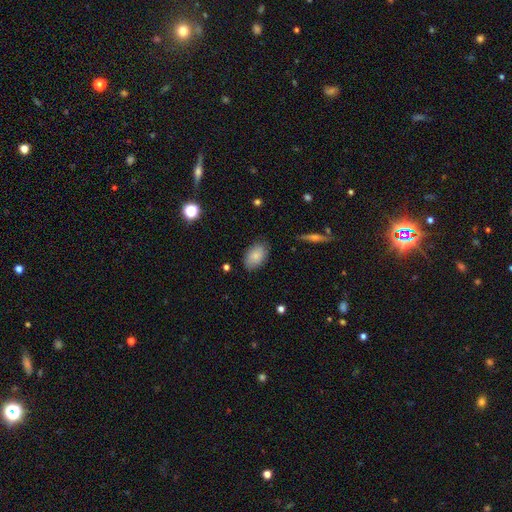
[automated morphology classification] smooth-or-featured: smooth: 82% | featured or disk: 10% | star or artifact: 7%
  how-rounded: in between: 91% | round: 8% | cigar-shaped: 1%
  merging: none: 82% | minor disturbance: 14% | major disturbance: 3% | merger: 1%